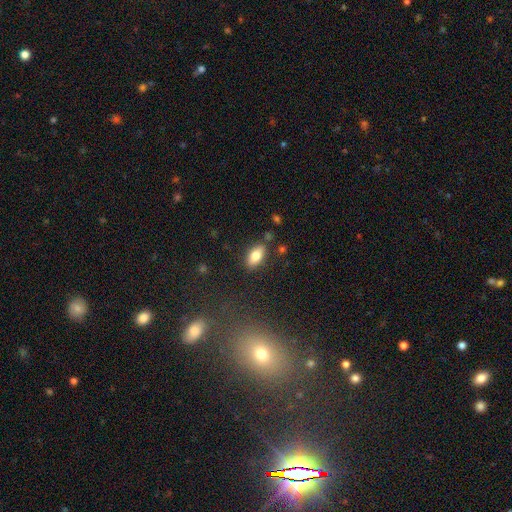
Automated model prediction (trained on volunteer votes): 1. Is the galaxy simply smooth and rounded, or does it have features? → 80% smooth, 13% featured or disk, 8% star or artifact.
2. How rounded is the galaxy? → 89% in between, 7% cigar-shaped, 4% round.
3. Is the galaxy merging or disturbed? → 83% none, 11% minor disturbance, 3% merger, 3% major disturbance.